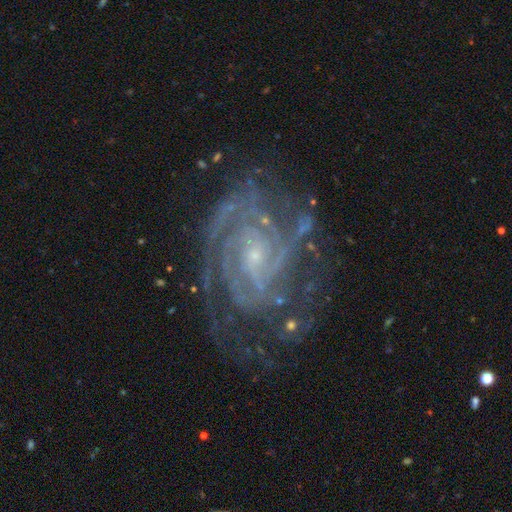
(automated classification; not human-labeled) smooth-or-featured: featured or disk: 89% | star or artifact: 7% | smooth: 4%
  disk-edge-on: no: 98% | yes: 2%
    bar: no: 48% | weak: 39% | strong: 12%
    has-spiral-arms: yes: 97% | no: 3%
      spiral-winding: tight: 68% | medium: 28% | loose: 4%
      spiral-arm-count: 2: 30% | can't tell: 23% | 3: 20% | 4: 13% | more than 4: 8% | 1: 7%
    bulge-size: small: 79% | moderate: 15% | none: 4% | large: 1% | dominant: 1%
  merging: none: 67% | minor disturbance: 20% | major disturbance: 11% | merger: 2%